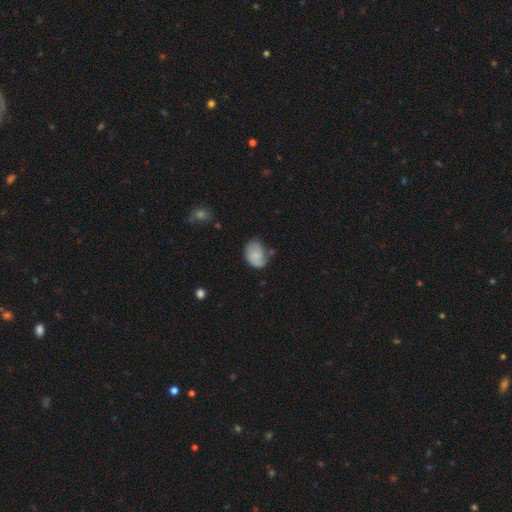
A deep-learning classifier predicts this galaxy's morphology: Smooth or featured?
  - smooth: 60% *
  - featured or disk: 32%
  - star or artifact: 8%
How rounded?
  - in between: 73% *
  - round: 26%
  - cigar-shaped: 1%
Merging?
  - none: 53% *
  - minor disturbance: 31%
  - major disturbance: 11%
  - merger: 4%